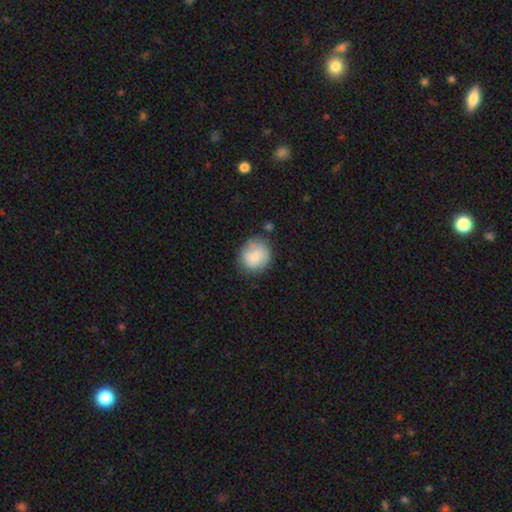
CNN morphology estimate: This is clearly a smooth galaxy (80%). How rounded: clearly round (84%). Merging: likely none (73%).